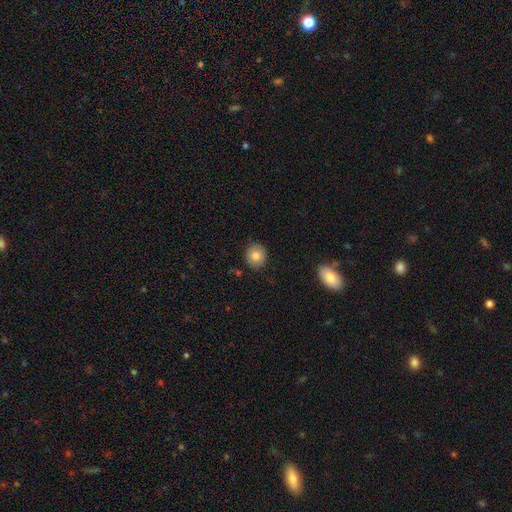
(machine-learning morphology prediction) smooth-or-featured: smooth: 80% | featured or disk: 11% | star or artifact: 9%
  how-rounded: round: 77% | in between: 22% | cigar-shaped: 1%
  merging: none: 87% | minor disturbance: 10% | major disturbance: 2% | merger: 1%